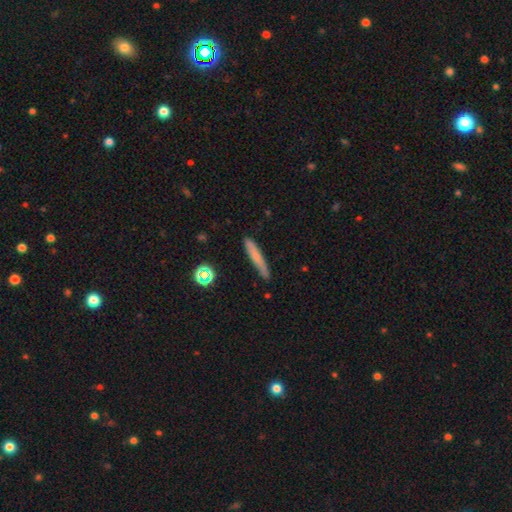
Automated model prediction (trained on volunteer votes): Smooth or featured? Predicted: smooth (p=0.68). How rounded? Predicted: cigar-shaped (p=0.93). Merging? Predicted: none (p=0.78).